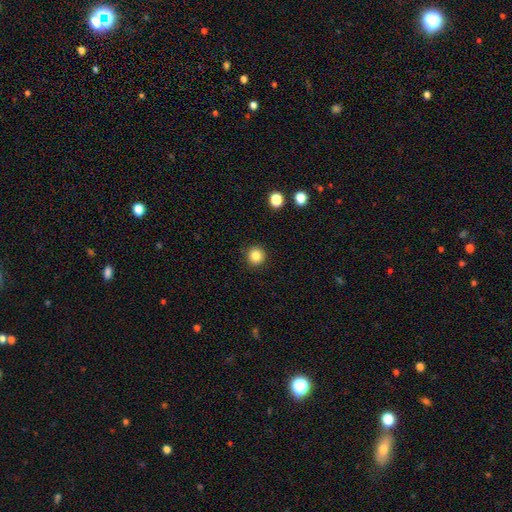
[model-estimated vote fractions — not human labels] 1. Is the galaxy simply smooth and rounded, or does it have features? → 84% smooth, 11% star or artifact, 5% featured or disk.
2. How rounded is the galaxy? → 94% round, 5% in between, 1% cigar-shaped.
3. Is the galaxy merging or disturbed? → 92% none, 5% minor disturbance, 2% major disturbance, 1% merger.